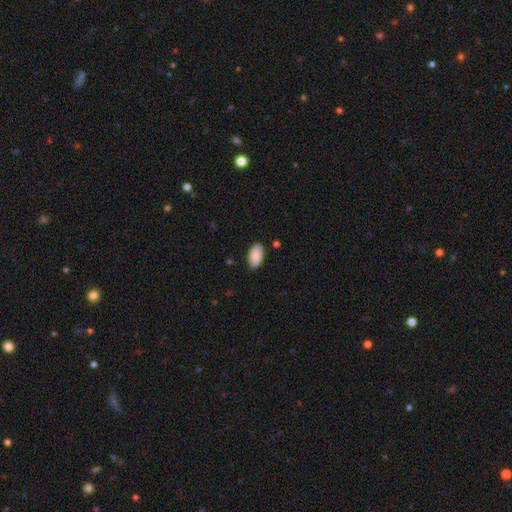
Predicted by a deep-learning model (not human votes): A smooth galaxy with no disk features (89%) that is in between round and cigar-shaped (95%).

Vote fractions:
- Smooth or featured? smooth: 89% / star or artifact: 6% / featured or disk: 5%
- How rounded? in between: 95% / round: 3% / cigar-shaped: 2%
- Merging? none: 79% / minor disturbance: 17% / major disturbance: 3% / merger: 2%